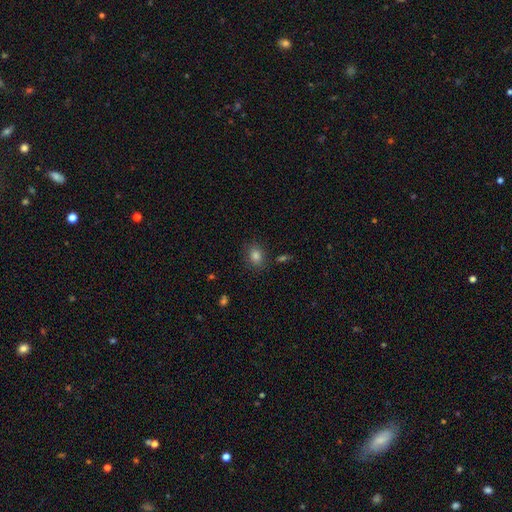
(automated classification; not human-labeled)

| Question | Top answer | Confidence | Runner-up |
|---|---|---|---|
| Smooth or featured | smooth | 81% | star or artifact (12%) |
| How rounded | in between | 60% | round (39%) |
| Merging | none | 84% | minor disturbance (10%) |